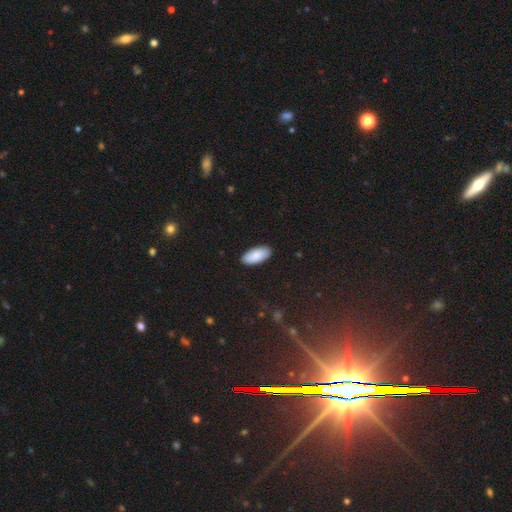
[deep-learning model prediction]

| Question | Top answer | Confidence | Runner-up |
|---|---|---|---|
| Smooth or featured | smooth | 88% | star or artifact (6%) |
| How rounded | in between | 92% | cigar-shaped (7%) |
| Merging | none | 89% | minor disturbance (8%) |